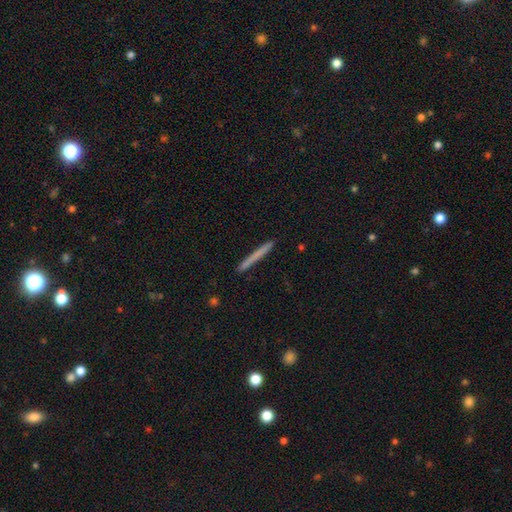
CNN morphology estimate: smooth 64%, featured or disk 30%, star or artifact 6%. Down the decision tree: how rounded — cigar-shaped (97%); merging — none (92%).